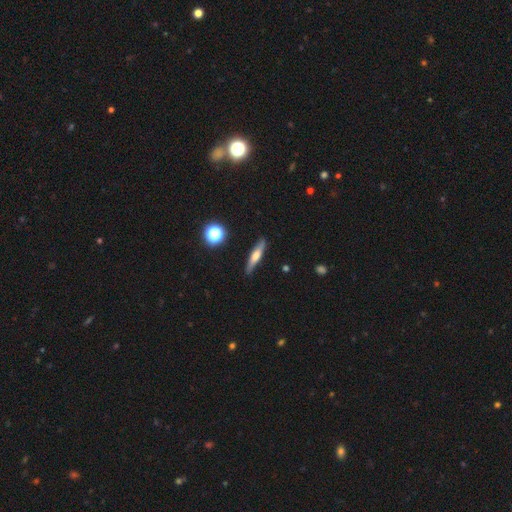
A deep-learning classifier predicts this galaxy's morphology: smooth_or_featured: featured or disk (p=0.47) [alt: smooth p=0.45]
merging: none (p=0.86) [alt: minor disturbance p=0.10]